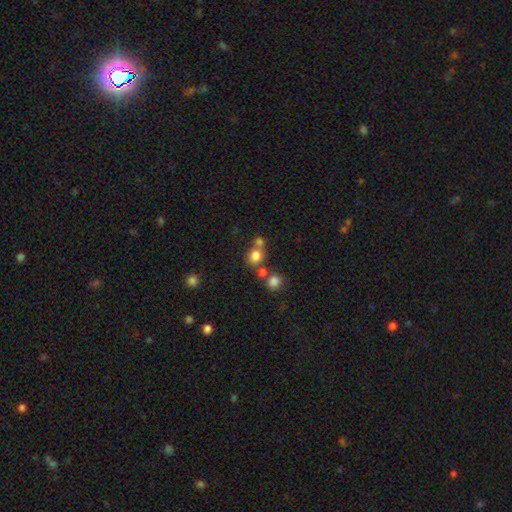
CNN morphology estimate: This is likely a smooth galaxy (77%). How rounded: clearly round (84%). Merging: possibly none (57%).